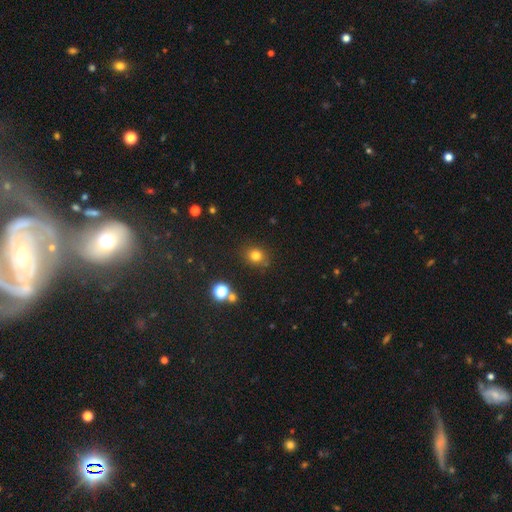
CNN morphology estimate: type=smooth (77%); roundness=round (75%); merging=none (81%).